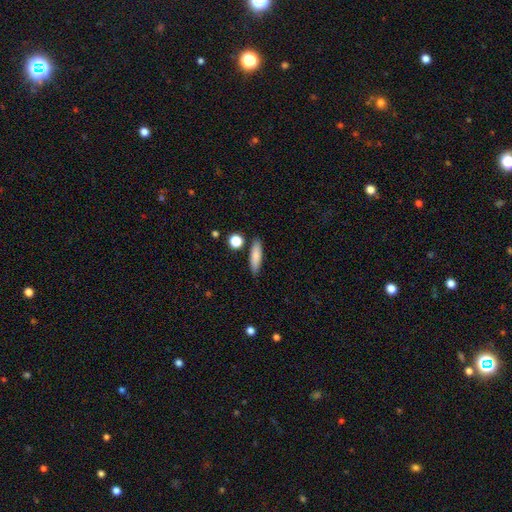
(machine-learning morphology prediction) Smooth or featured: smooth — 82% (featured or disk — 11%)
How rounded: cigar-shaped — 65% (in between — 33%)
Merging: none — 84% (minor disturbance — 9%)